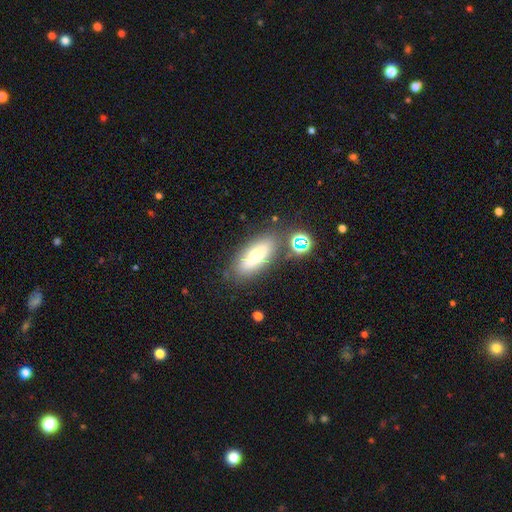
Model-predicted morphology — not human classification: smooth-or-featured: smooth: 59% | featured or disk: 30% | star or artifact: 11%
  how-rounded: in between: 71% | cigar-shaped: 25% | round: 4%
  merging: none: 77% | minor disturbance: 12% | merger: 7% | major disturbance: 4%